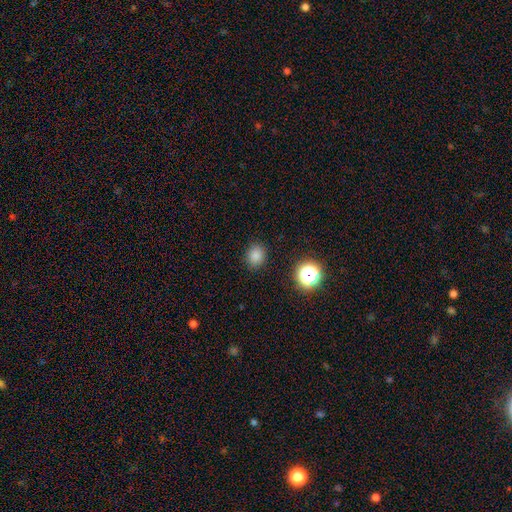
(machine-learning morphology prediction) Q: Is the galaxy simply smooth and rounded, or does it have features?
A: smooth — 81%.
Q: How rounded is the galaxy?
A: round — 70%.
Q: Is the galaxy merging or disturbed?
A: none — 88%.